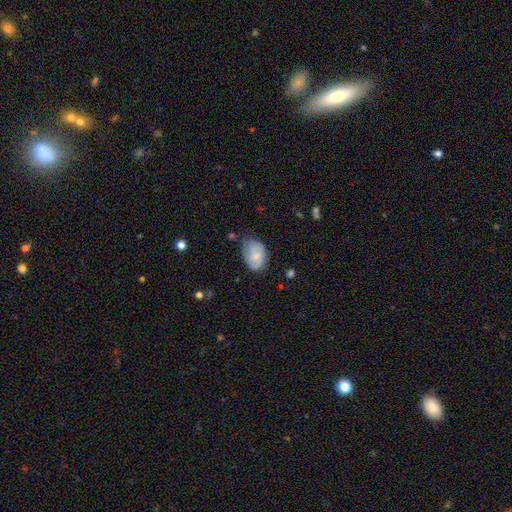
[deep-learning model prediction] Q: Smooth or featured?
A: smooth (71%); runner-up: featured or disk (22%)
Q: How rounded?
A: in between (80%); runner-up: round (18%)
Q: Merging?
A: none (52%); runner-up: minor disturbance (37%)